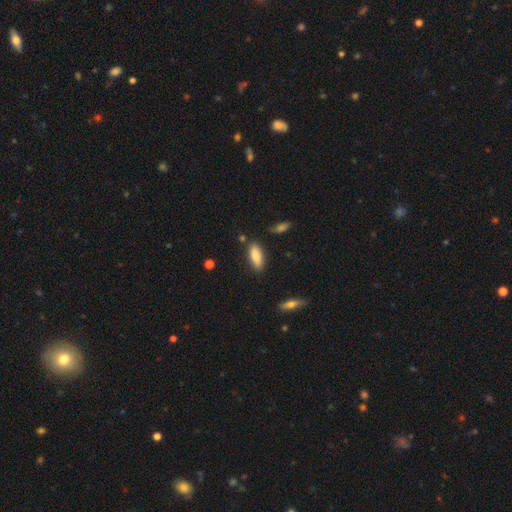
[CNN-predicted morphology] This is clearly a smooth galaxy (82%). How rounded: likely in between (67%). Merging: clearly none (82%).